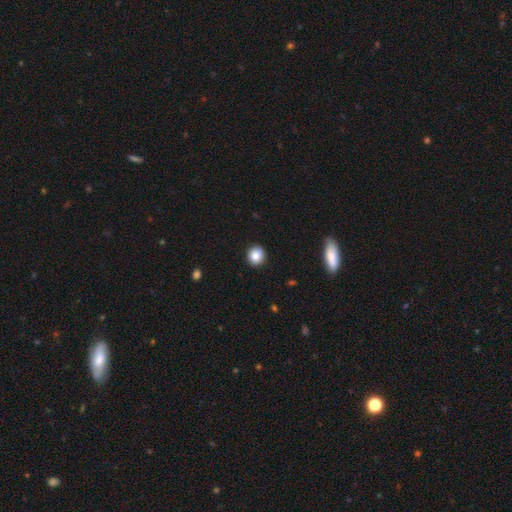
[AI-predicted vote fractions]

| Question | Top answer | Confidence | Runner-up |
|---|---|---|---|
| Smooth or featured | smooth | 86% | star or artifact (9%) |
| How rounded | round | 86% | in between (13%) |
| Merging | none | 91% | minor disturbance (6%) |